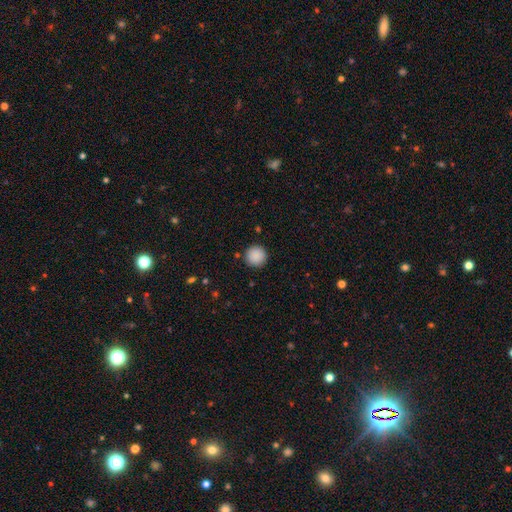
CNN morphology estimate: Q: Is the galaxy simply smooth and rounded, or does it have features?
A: smooth — 89%.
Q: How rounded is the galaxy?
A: round — 96%.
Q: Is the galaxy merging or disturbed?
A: none — 91%.